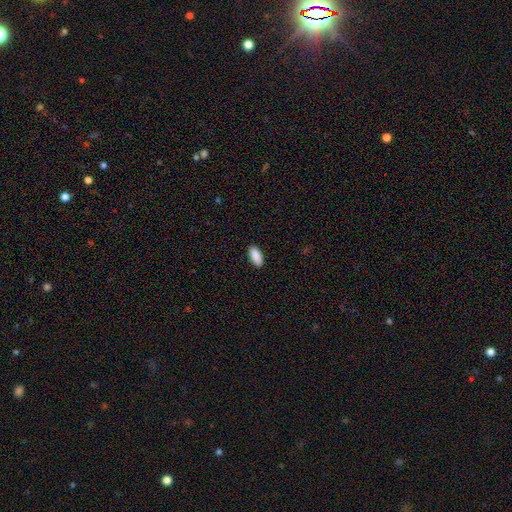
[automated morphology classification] A smooth galaxy with no disk features (91%) that is in between round and cigar-shaped (89%).

Vote fractions:
- Smooth or featured? smooth: 91% / star or artifact: 6% / featured or disk: 3%
- How rounded? in between: 89% / cigar-shaped: 9% / round: 2%
- Merging? none: 90% / minor disturbance: 8% / major disturbance: 2% / merger: 1%